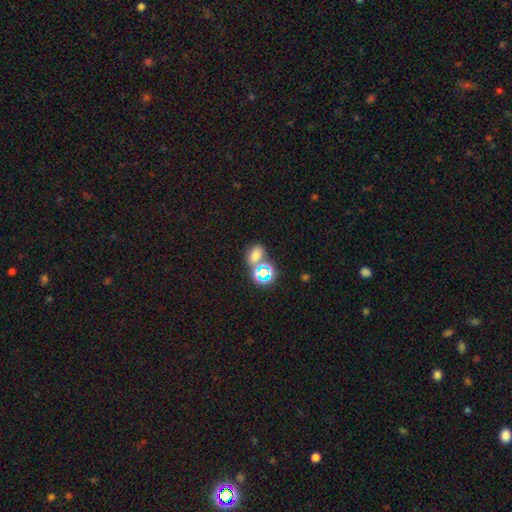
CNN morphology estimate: This appears to be a smooth galaxy with no disk features (59%) that is in between round and cigar-shaped (63%). Merging: none (59%).